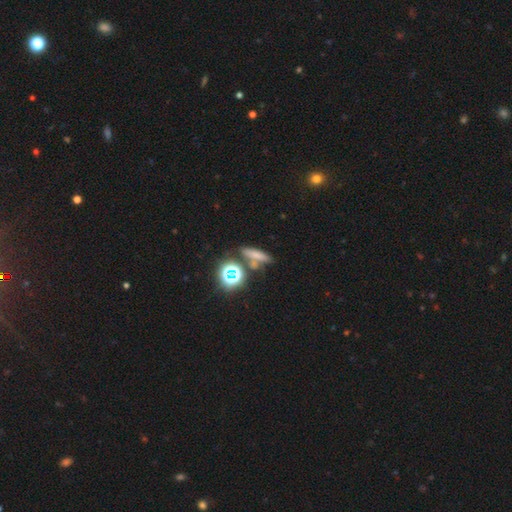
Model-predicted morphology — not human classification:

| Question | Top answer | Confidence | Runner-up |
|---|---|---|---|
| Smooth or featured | smooth | 60% | star or artifact (25%) |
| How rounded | cigar-shaped | 56% | in between (27%) |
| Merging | none | 64% | merger (17%) |